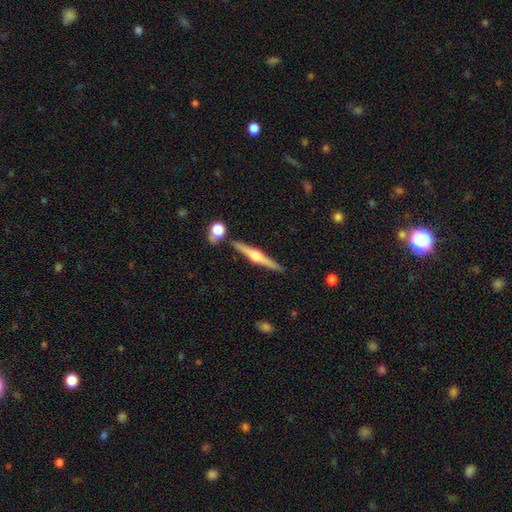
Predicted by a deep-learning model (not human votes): smooth_or_featured: featured or disk (p=0.75) [alt: smooth p=0.19]
disk_edge_on: yes (p=0.98) [alt: no p=0.02]
edge_on_bulge: rounded (p=0.94) [alt: boxy p=0.03]
merging: none (p=0.86) [alt: minor disturbance p=0.08]